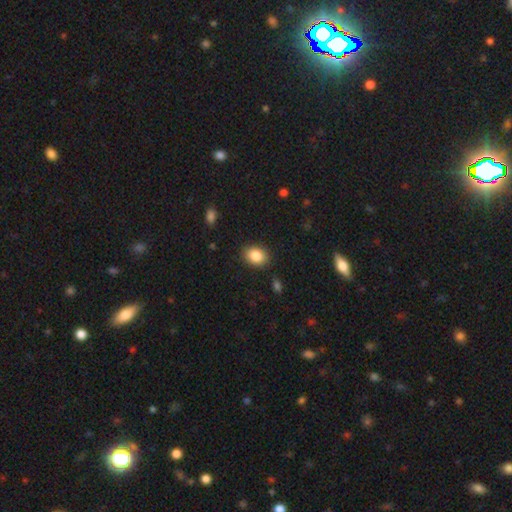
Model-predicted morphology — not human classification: The model was most divided on "how rounded": in between: 64%, round: 35%, cigar-shaped: 1%. More confident: merging — none (87%); smooth or featured — smooth (86%).